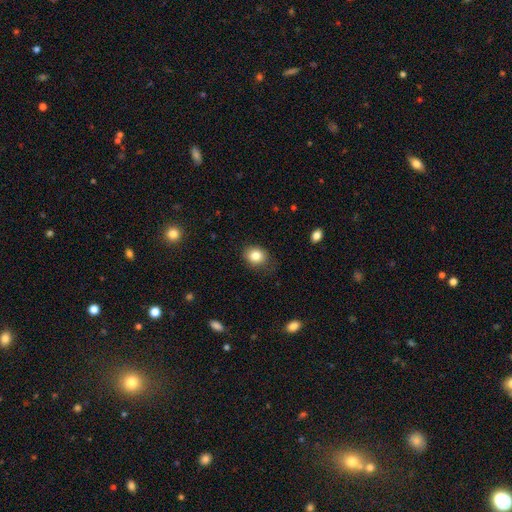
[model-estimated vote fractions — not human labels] Overall: smooth (84%). How rounded: round (56%; in between 43%). Merging: none (78%).